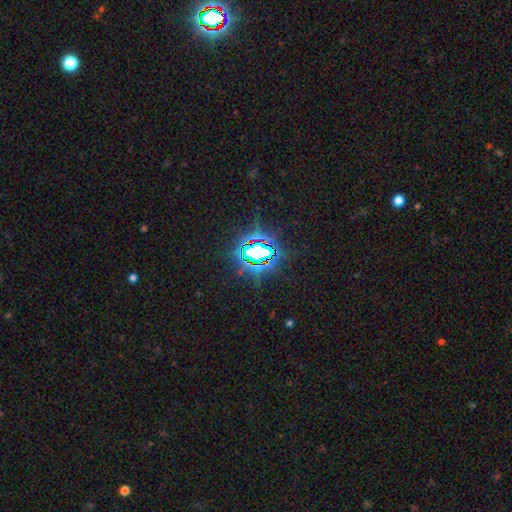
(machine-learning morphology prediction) A star or artifact, not a galaxy (78%).

Vote fractions:
- Smooth or featured? star or artifact: 78% / smooth: 12% / featured or disk: 10%